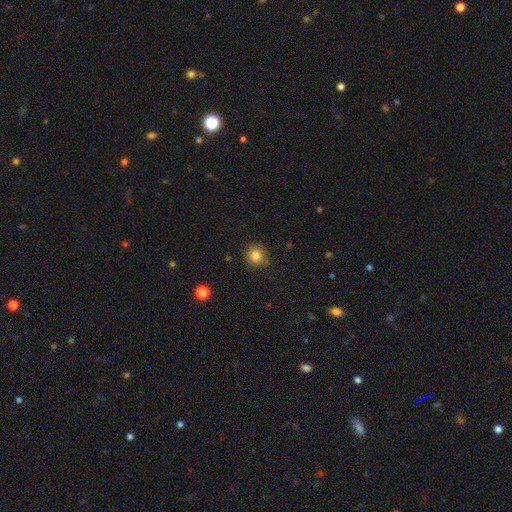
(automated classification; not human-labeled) Q: Smooth or featured?
A: smooth (82%); runner-up: star or artifact (12%)
Q: How rounded?
A: round (91%); runner-up: in between (8%)
Q: Merging?
A: none (83%); runner-up: minor disturbance (13%)